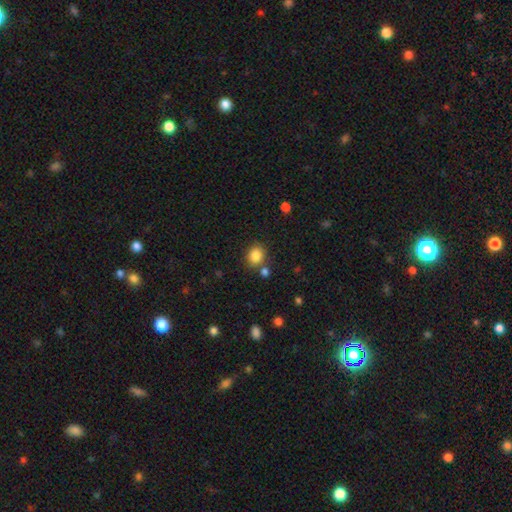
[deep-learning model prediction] Q: Smooth or featured?
A: smooth (85%); runner-up: star or artifact (10%)
Q: How rounded?
A: round (63%); runner-up: in between (36%)
Q: Merging?
A: none (74%); runner-up: merger (11%)